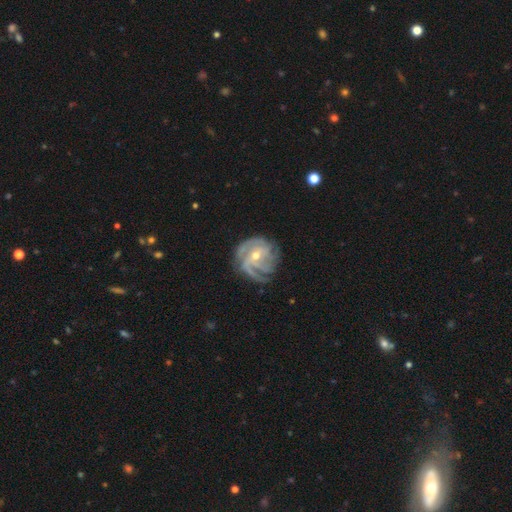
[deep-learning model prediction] The model was most divided on "bulge size": small: 53%, moderate: 44%, large: 1%, none: 1%, dominant: 1%. Remaining: edge-on disk — no (97%); spiral arms — yes (96%); smooth or featured — featured or disk (86%); merging — none (70%); spiral winding — tight (57%); bar — no (50%); spiral arm count — 3 (33%).